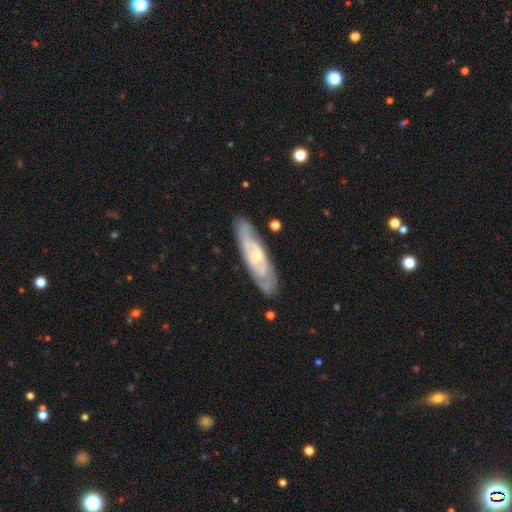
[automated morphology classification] featured or disk 72%, smooth 22%, star or artifact 5%. Down the decision tree: edge-on disk — no (69%); bar — no (56%); spiral arms — yes (76%); bulge size — small (54%); merging — none (80%).